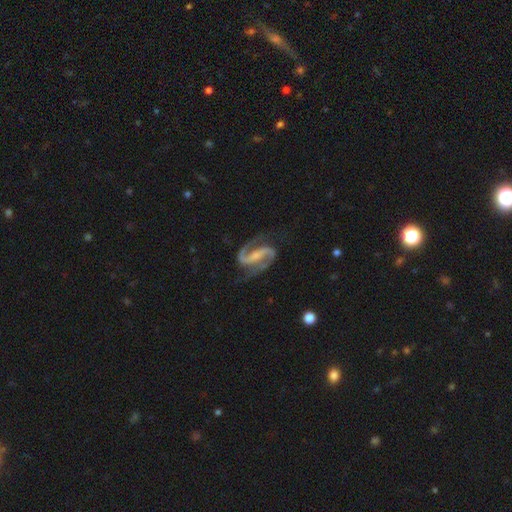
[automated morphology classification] Overall: featured or disk (93%). Edge-on disk: no (98%). Bar: strong (54%; weak 30%). Spiral arms: yes (98%). Spiral arm count: 2 (94%). Spiral winding: medium (61%). Bulge size: small (52%; moderate 27%). Merging: none (76%).